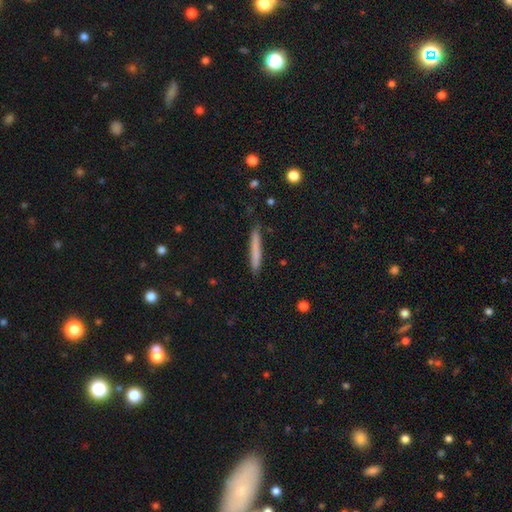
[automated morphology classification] smooth 73%, featured or disk 21%, star or artifact 7%. Down the decision tree: how rounded — cigar-shaped (96%); merging — none (87%).